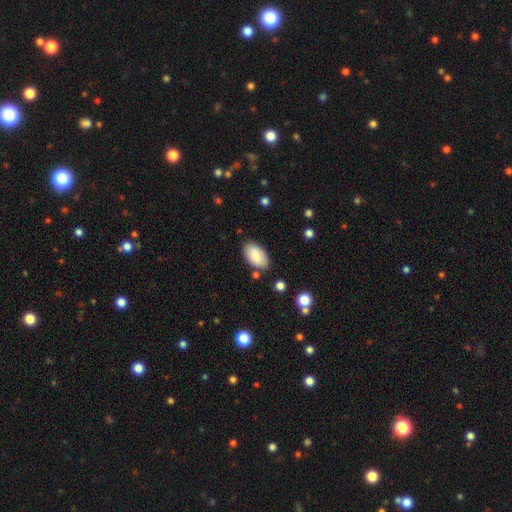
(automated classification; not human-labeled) This appears to be a smooth galaxy with no disk features (83%) that is in between round and cigar-shaped (95%). Merging: none (82%).